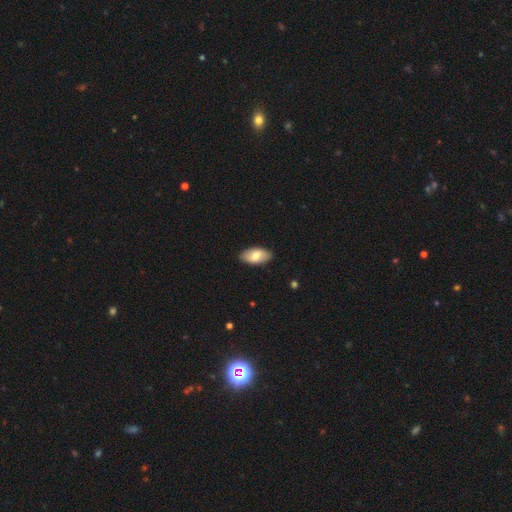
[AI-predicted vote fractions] A smooth galaxy with no disk features (74%) that is in between round and cigar-shaped (95%).

Vote fractions:
- Smooth or featured? smooth: 74% / featured or disk: 20% / star or artifact: 6%
- How rounded? in between: 95% / cigar-shaped: 3% / round: 3%
- Merging? none: 88% / minor disturbance: 9% / major disturbance: 2% / merger: 1%